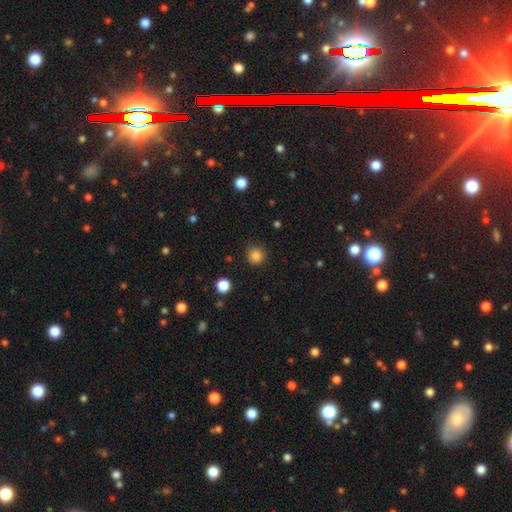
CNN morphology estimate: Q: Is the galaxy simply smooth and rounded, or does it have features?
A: smooth — 84%.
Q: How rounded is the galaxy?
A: round — 94%.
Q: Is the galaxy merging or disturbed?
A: none — 89%.